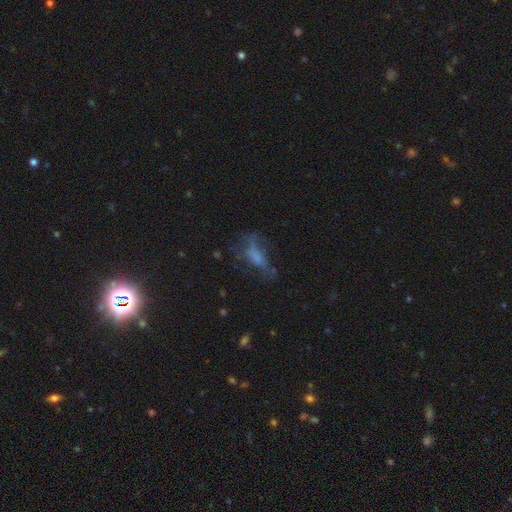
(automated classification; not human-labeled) smooth 45%, featured or disk 38%, star or artifact 17%. Down the decision tree: merging — none (38%).